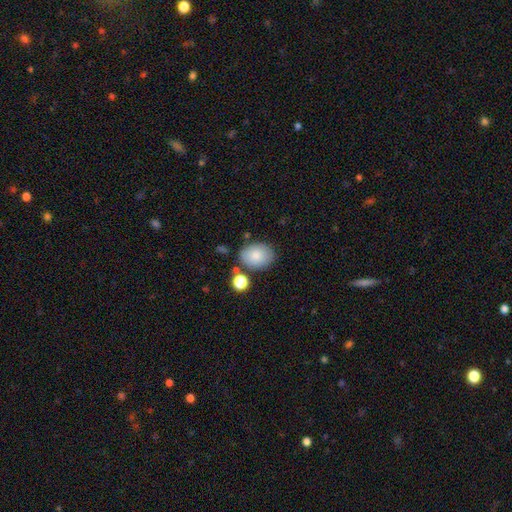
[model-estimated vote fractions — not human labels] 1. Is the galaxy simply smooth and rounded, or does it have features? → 83% smooth, 9% featured or disk, 8% star or artifact.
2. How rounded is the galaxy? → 74% in between, 25% round, 1% cigar-shaped.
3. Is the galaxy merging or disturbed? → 76% none, 14% minor disturbance, 7% merger, 4% major disturbance.